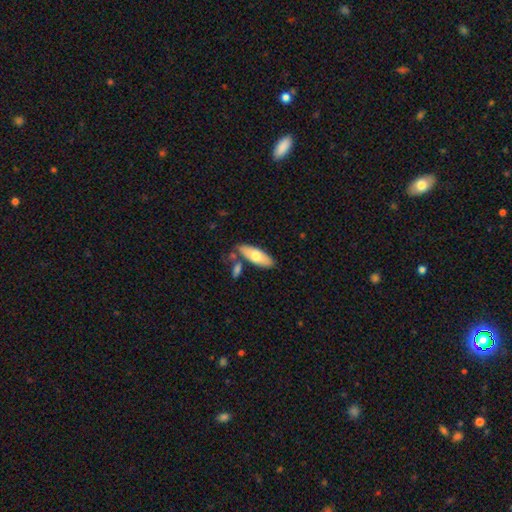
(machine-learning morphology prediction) This is likely a smooth galaxy (67%). How rounded: likely in between (73%). Merging: likely none (70%).